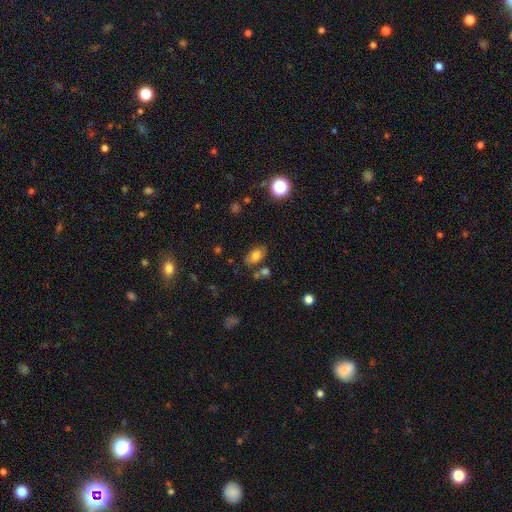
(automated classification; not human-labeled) smooth-or-featured: smooth: 77% | featured or disk: 12% | star or artifact: 11%
  how-rounded: in between: 90% | round: 8% | cigar-shaped: 2%
  merging: none: 73% | minor disturbance: 13% | merger: 10% | major disturbance: 4%